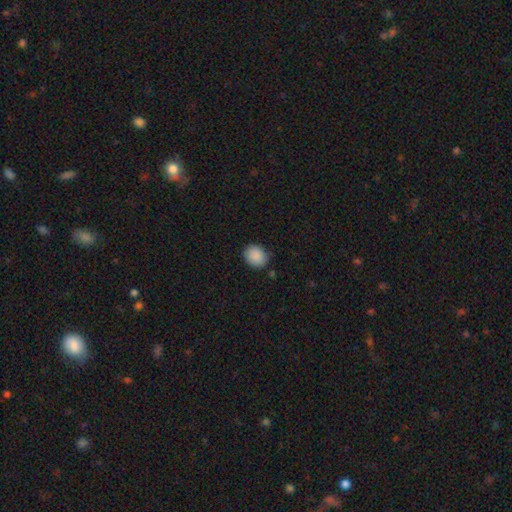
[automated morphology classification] Smooth or featured? Predicted: smooth (p=0.89). How rounded? Predicted: round (p=0.60). Merging? Predicted: none (p=0.83).